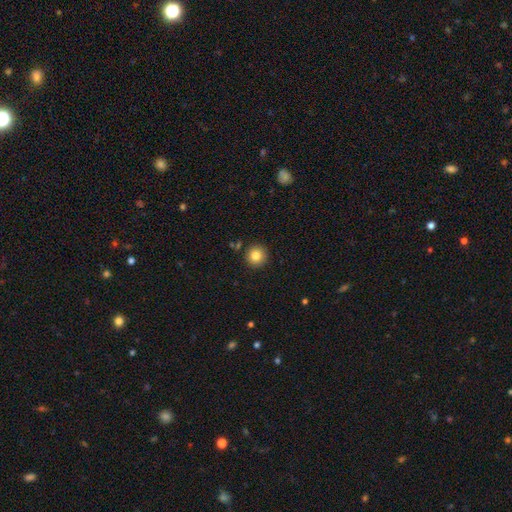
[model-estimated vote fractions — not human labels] smooth_or_featured: smooth (p=0.83) [alt: star or artifact p=0.10]
how_rounded: round (p=0.95) [alt: in between p=0.04]
merging: none (p=0.90) [alt: minor disturbance p=0.06]